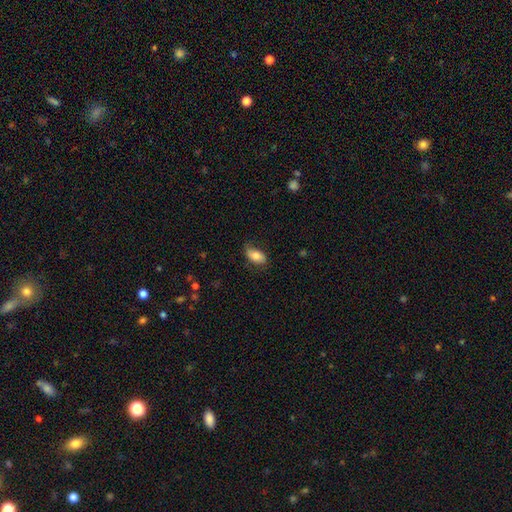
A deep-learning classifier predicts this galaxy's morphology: This appears to be a smooth galaxy with no disk features (75%) that is in between round and cigar-shaped (92%). Merging: none (67%).